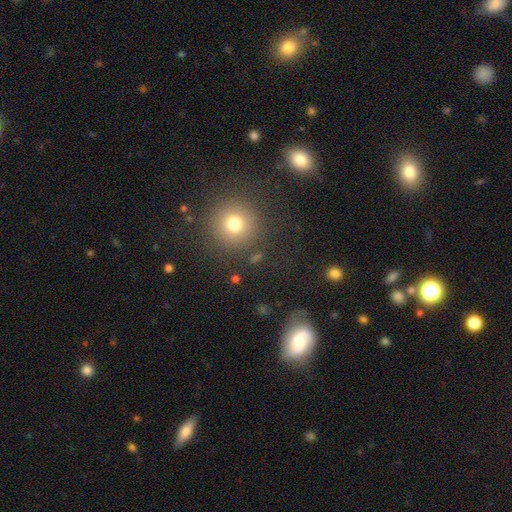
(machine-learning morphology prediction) A smooth galaxy with no disk features (64%) that is round (89%). Merging: none (80%).